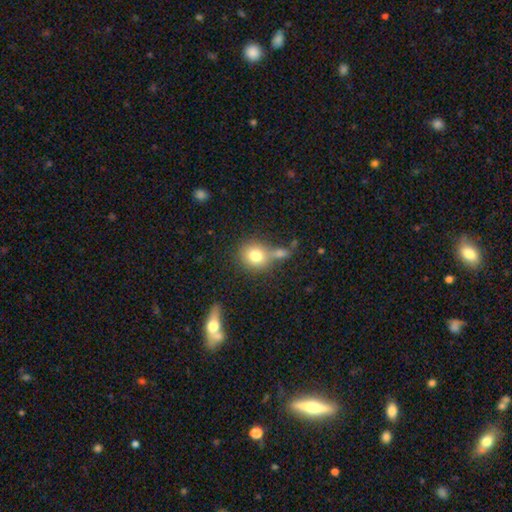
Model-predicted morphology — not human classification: Q: Smooth or featured?
A: smooth (77%); runner-up: featured or disk (13%)
Q: How rounded?
A: round (83%); runner-up: in between (16%)
Q: Merging?
A: none (52%); runner-up: merger (28%)